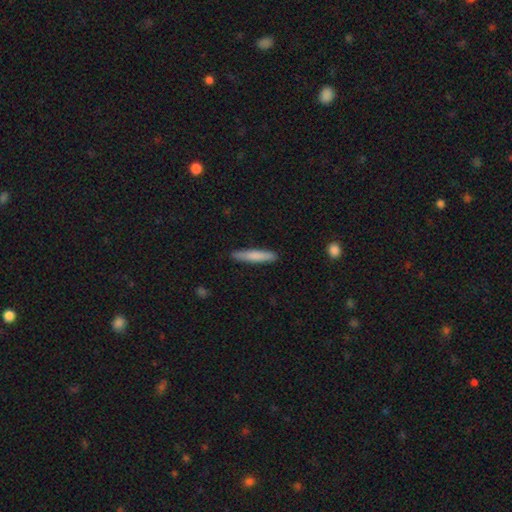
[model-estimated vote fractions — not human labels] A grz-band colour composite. It shows a smooth galaxy with no disk features (75%) that is cigar-shaped (92%). Merging: none (89%).